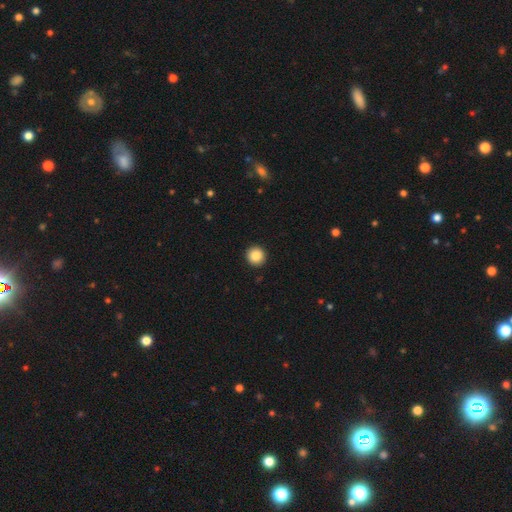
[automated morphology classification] Overall: smooth (87%). How rounded: round (94%). Merging: none (93%).